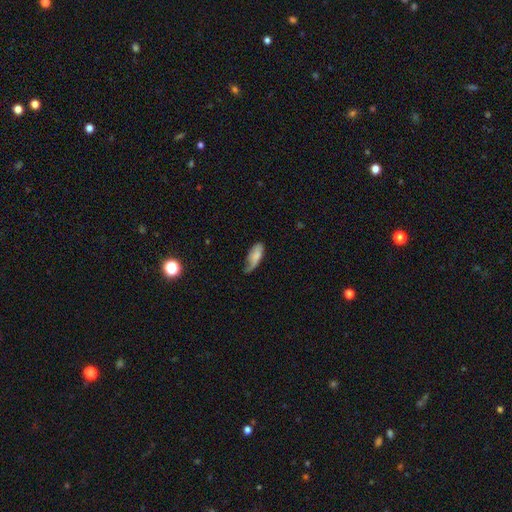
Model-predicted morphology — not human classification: The model was most divided on "merging" (2-way tie): minor disturbance: 39%, none: 39%, major disturbance: 19%, merger: 3%. More confident: how rounded — in between (78%); smooth or featured — smooth (65%).